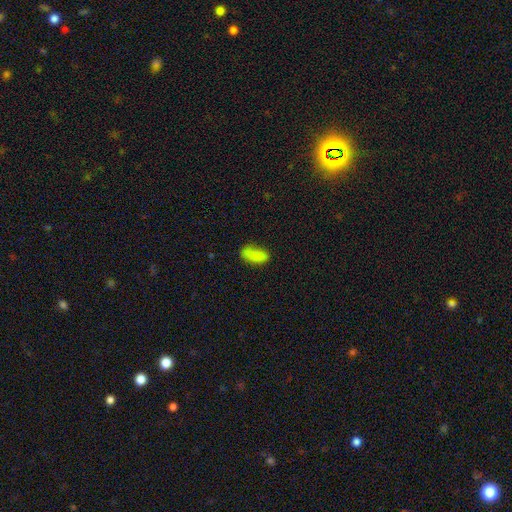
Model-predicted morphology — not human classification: Smooth or featured: smooth — 81% (featured or disk — 10%)
How rounded: in between — 77% (cigar-shaped — 20%)
Merging: none — 57% (minor disturbance — 28%)